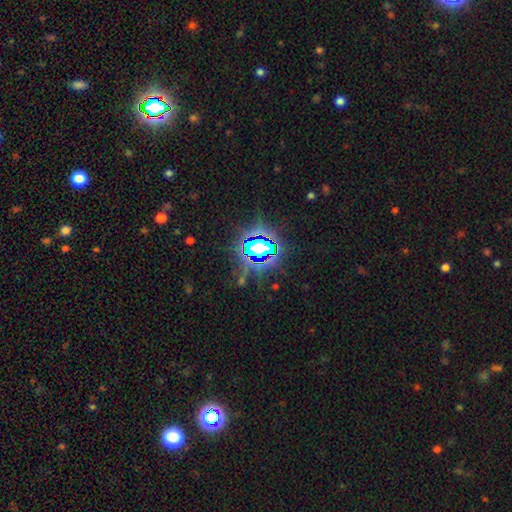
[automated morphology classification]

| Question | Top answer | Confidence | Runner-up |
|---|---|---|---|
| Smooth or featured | star or artifact | 82% | smooth (11%) |